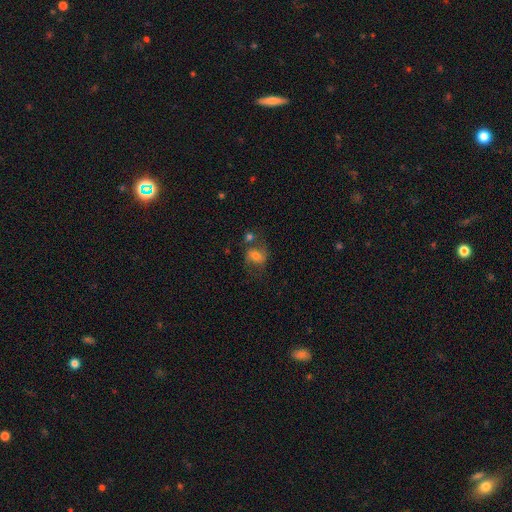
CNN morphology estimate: Smooth or featured: smooth — 59% (featured or disk — 30%)
How rounded: in between — 59% (round — 39%)
Merging: none — 48% (merger — 21%)